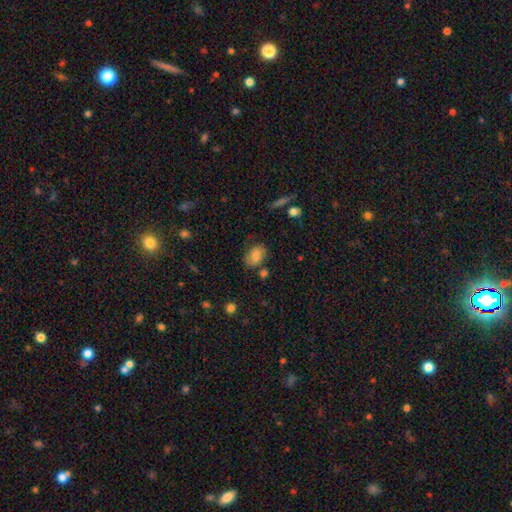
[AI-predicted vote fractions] Smooth or featured? Predicted: smooth (p=0.72). How rounded? Predicted: in between (p=0.78). Merging? Predicted: none (p=0.65).